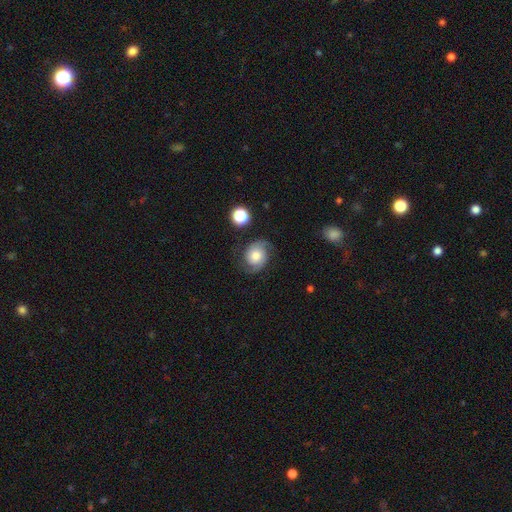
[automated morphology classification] Q: Smooth or featured?
A: featured or disk (66%); runner-up: smooth (24%)
Q: Edge-on disk?
A: no (98%); runner-up: yes (2%)
Q: Bar?
A: no (76%); runner-up: weak (21%)
Q: Spiral arms?
A: yes (94%); runner-up: no (6%)
Q: Spiral winding?
A: medium (45%); runner-up: tight (34%)
Q: Spiral arm count?
A: 2 (89%); runner-up: can't tell (5%)
Q: Bulge size?
A: moderate (45%); runner-up: large (25%)
Q: Merging?
A: none (73%); runner-up: minor disturbance (17%)